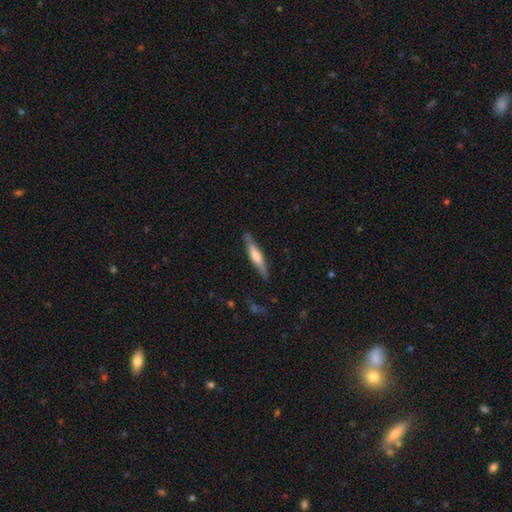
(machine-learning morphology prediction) smooth 48%, featured or disk 46%, star or artifact 6%. Down the decision tree: merging — none (83%).